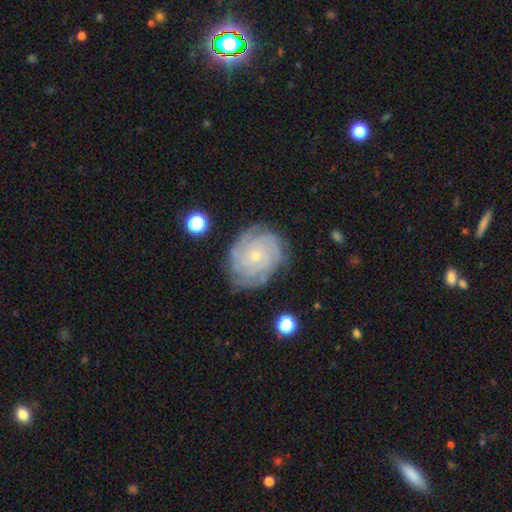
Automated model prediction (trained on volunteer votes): smooth_or_featured: featured or disk (p=0.83) [alt: smooth p=0.10]
disk_edge_on: no (p=0.97) [alt: yes p=0.03]
bar: no (p=0.82) [alt: weak p=0.15]
has_spiral_arms: yes (p=0.97) [alt: no p=0.03]
spiral_winding: tight (p=0.79) [alt: medium p=0.18]
spiral_arm_count: can't tell (p=0.29) [alt: 4 p=0.28]
bulge_size: small (p=0.81) [alt: moderate p=0.16]
merging: none (p=0.79) [alt: minor disturbance p=0.15]